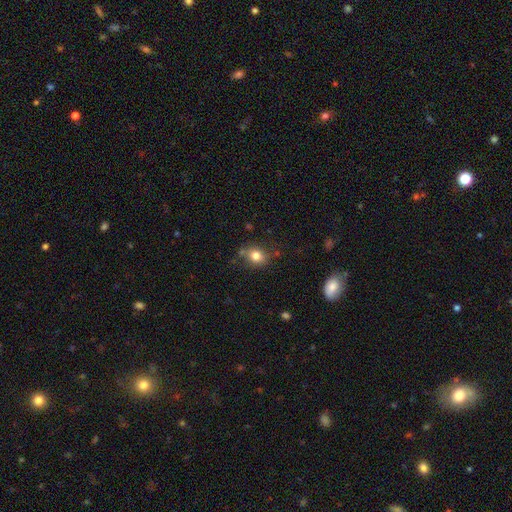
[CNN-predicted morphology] smooth-or-featured: smooth: 80% | star or artifact: 11% | featured or disk: 9%
  how-rounded: round: 61% | in between: 38% | cigar-shaped: 1%
  merging: none: 74% | minor disturbance: 16% | merger: 5% | major disturbance: 4%